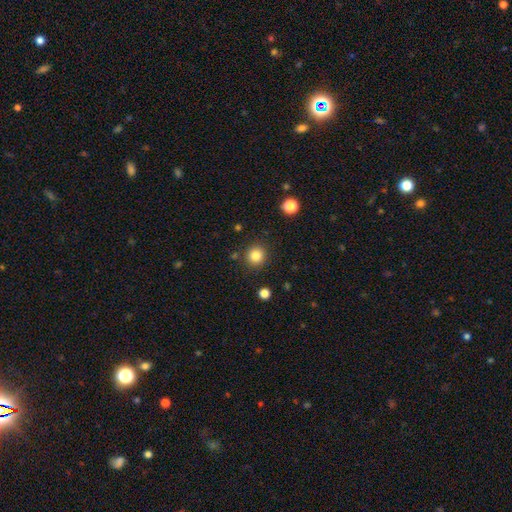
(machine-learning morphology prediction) A smooth galaxy with no disk features (83%) that is round (92%). Merging: none (89%).